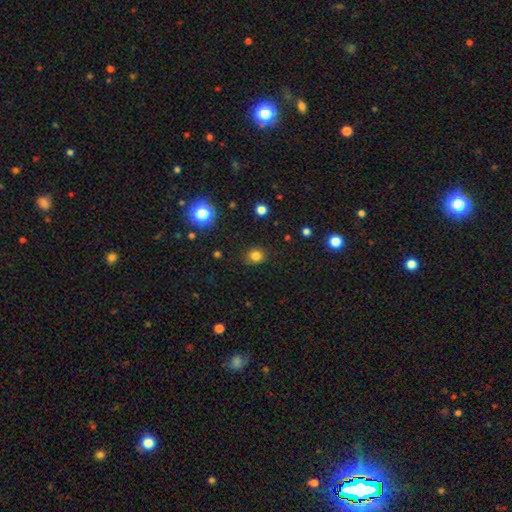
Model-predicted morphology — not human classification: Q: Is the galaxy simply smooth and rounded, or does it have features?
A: smooth — 81%.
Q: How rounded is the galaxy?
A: round — 81%.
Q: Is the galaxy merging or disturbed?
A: none — 87%.